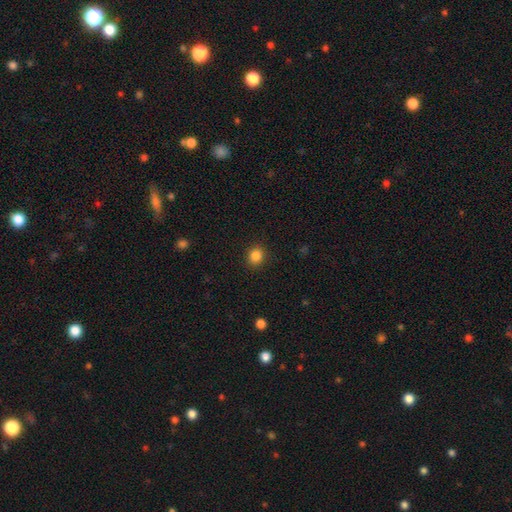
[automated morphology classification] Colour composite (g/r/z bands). It shows a smooth galaxy with no disk features (85%) that is round (81%). Merging: none (91%).